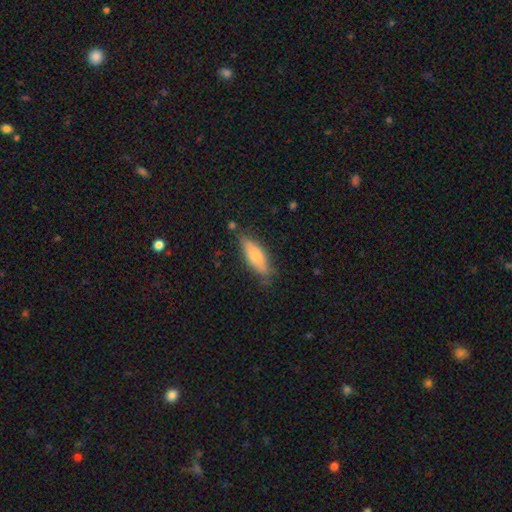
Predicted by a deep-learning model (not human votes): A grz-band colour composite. It shows a smooth galaxy with no disk features (74%) that is in between round and cigar-shaped (52%). Merging: none (71%).